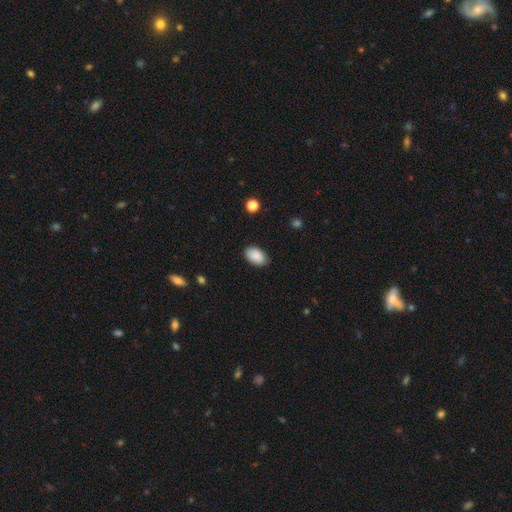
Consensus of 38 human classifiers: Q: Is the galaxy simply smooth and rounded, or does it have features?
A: smooth — 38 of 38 (100%).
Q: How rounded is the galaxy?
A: in between — 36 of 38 (95%).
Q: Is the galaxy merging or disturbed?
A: none — 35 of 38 (92%).